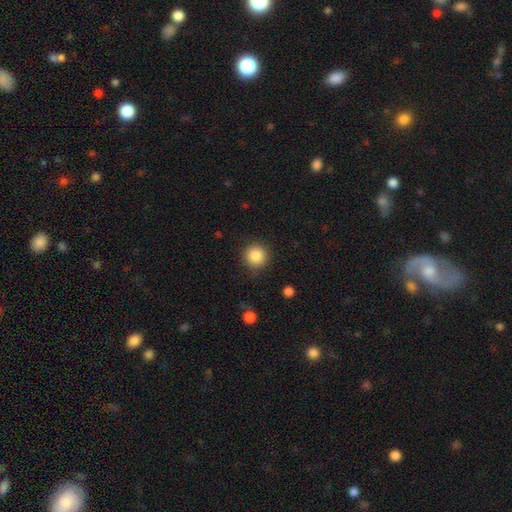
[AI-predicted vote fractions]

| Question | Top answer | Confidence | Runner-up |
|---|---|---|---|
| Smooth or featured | smooth | 86% | star or artifact (9%) |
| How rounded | round | 95% | in between (4%) |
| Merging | none | 88% | minor disturbance (8%) |